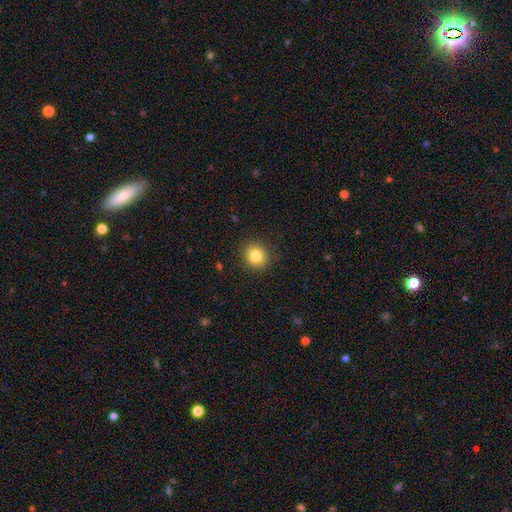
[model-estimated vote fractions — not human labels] Q: Smooth or featured?
A: smooth (83%); runner-up: star or artifact (10%)
Q: How rounded?
A: round (85%); runner-up: in between (15%)
Q: Merging?
A: none (89%); runner-up: minor disturbance (7%)